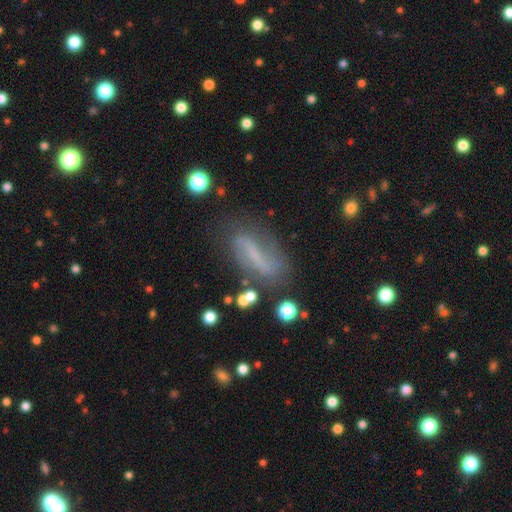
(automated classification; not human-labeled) A featured or disk galaxy (54%). Merging: none (63%).